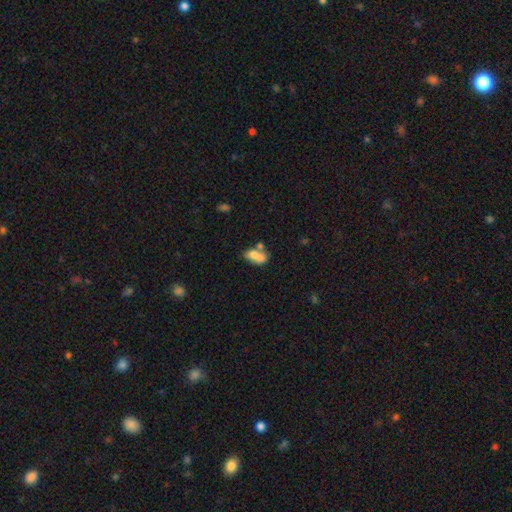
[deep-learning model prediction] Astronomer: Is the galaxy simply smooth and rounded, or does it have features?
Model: smooth — 66%.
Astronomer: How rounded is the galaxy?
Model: in between — 77%.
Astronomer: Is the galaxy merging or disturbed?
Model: merger — 59%.